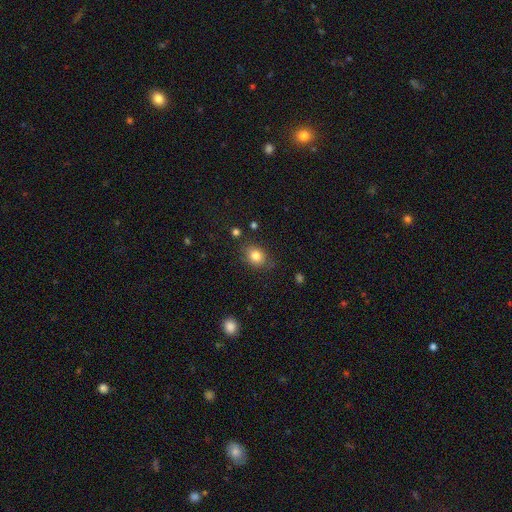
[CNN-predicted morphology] This appears to be a smooth galaxy with no disk features (82%) that is in between round and cigar-shaped (55%). Merging: none (78%).